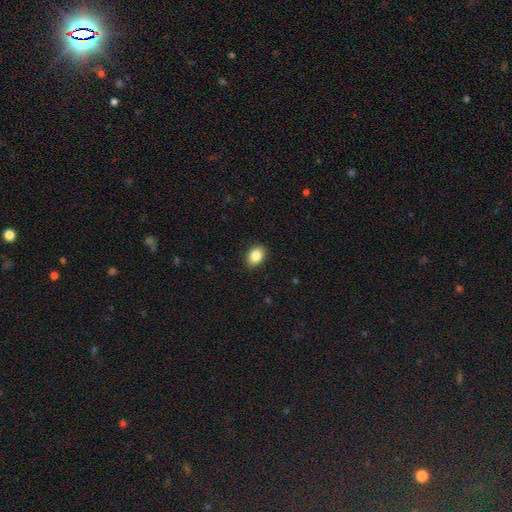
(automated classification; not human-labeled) A smooth galaxy with no disk features (85%) that is in between round and cigar-shaped (78%).

Vote fractions:
- Smooth or featured? smooth: 85% / star or artifact: 8% / featured or disk: 6%
- How rounded? in between: 78% / round: 21% / cigar-shaped: 1%
- Merging? none: 89% / minor disturbance: 8% / major disturbance: 2% / merger: 1%